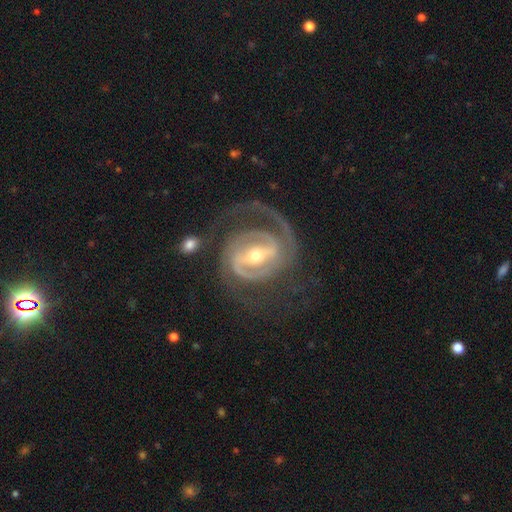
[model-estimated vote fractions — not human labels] Q: Smooth or featured?
A: featured or disk (92%); runner-up: star or artifact (4%)
Q: Edge-on disk?
A: no (97%); runner-up: yes (3%)
Q: Bar?
A: strong (62%); runner-up: weak (30%)
Q: Spiral arms?
A: yes (97%); runner-up: no (3%)
Q: Spiral winding?
A: tight (53%); runner-up: medium (37%)
Q: Spiral arm count?
A: 2 (72%); runner-up: 1 (9%)
Q: Bulge size?
A: moderate (57%); runner-up: small (39%)
Q: Merging?
A: none (65%); runner-up: major disturbance (17%)